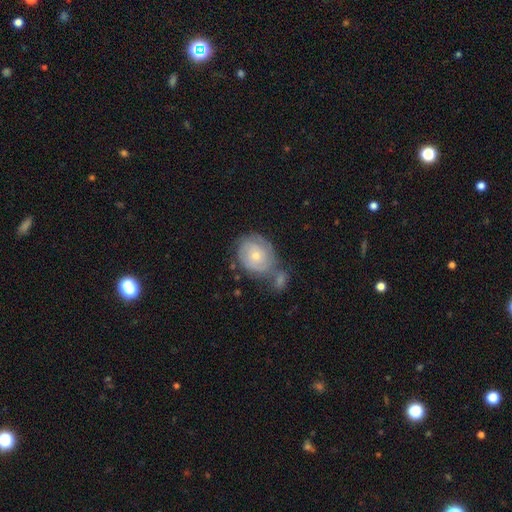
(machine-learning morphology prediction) Smooth or featured: featured or disk — 65% (smooth — 27%)
Edge-on disk: no — 97% (yes — 3%)
Bar: no — 81% (weak — 16%)
Spiral arms: yes — 80% (no — 20%)
Spiral winding: tight — 77% (medium — 18%)
Spiral arm count: can't tell — 48% (2 — 28%)
Bulge size: small — 53% (moderate — 44%)
Merging: none — 47% (merger — 27%)